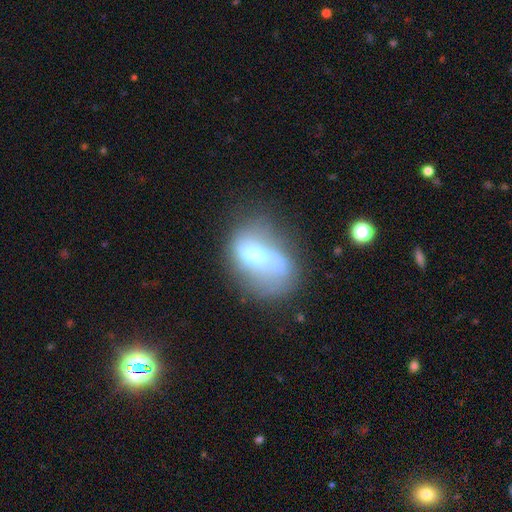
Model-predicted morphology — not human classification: A featured or disk galaxy (52%).

Vote fractions:
- Smooth or featured? featured or disk: 52% / smooth: 38% / star or artifact: 10%
- Edge-on disk? no: 96% / yes: 4%
- Merging? major disturbance: 35% / none: 30% / minor disturbance: 23% / merger: 12%